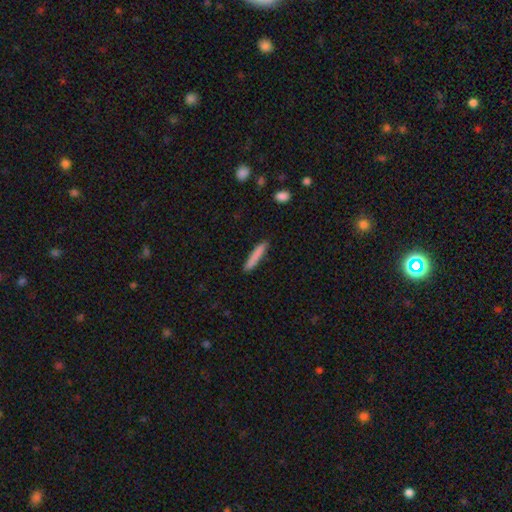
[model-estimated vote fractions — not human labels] Overall: smooth (82%). How rounded: cigar-shaped (93%). Merging: none (86%).